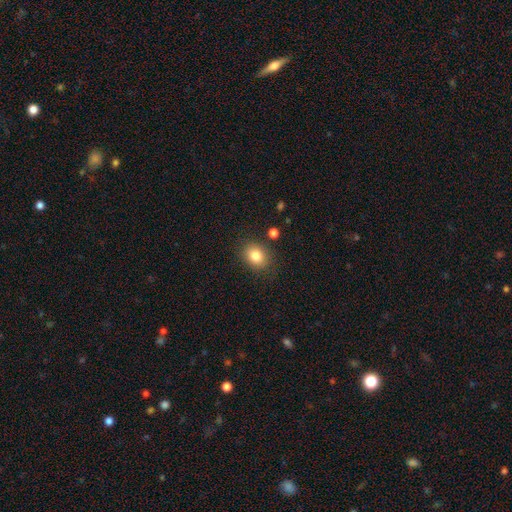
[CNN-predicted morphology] smooth-or-featured: smooth: 82% | star or artifact: 10% | featured or disk: 8%
  how-rounded: in between: 50% (tied) | round: 50% (tied) | cigar-shaped: 1%
  merging: none: 84% | minor disturbance: 10% | major disturbance: 3% | merger: 3%